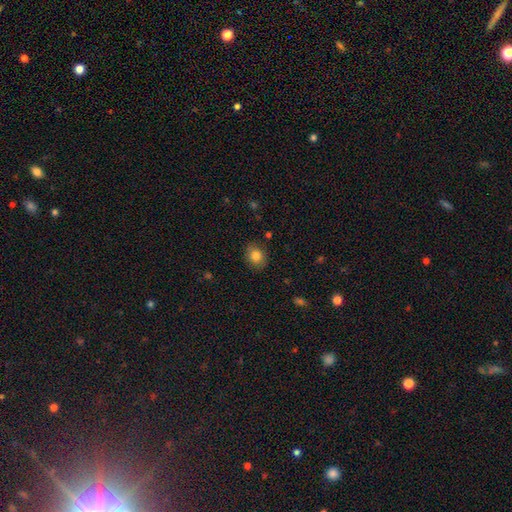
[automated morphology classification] A smooth galaxy with no disk features (82%) that is round (52%).

Vote fractions:
- Smooth or featured? smooth: 82% / star or artifact: 9% / featured or disk: 9%
- How rounded? round: 52% / in between: 47% / cigar-shaped: 1%
- Merging? none: 86% / minor disturbance: 11% / major disturbance: 3% / merger: 1%